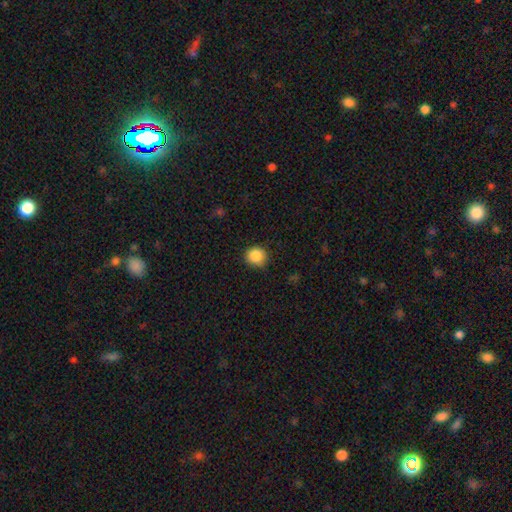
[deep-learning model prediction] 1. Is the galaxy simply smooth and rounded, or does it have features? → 87% smooth, 9% star or artifact, 3% featured or disk.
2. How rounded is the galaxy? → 90% round, 9% in between, 1% cigar-shaped.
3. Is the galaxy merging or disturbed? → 86% none, 11% minor disturbance, 2% major disturbance, 1% merger.